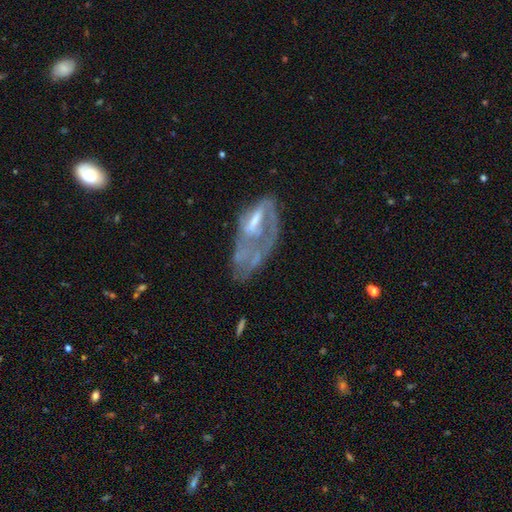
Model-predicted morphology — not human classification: Q: Smooth or featured?
A: featured or disk (64%); runner-up: smooth (25%)
Q: Edge-on disk?
A: no (91%); runner-up: yes (9%)
Q: Bar?
A: no (56%); runner-up: weak (31%)
Q: Spiral arms?
A: no (61%); runner-up: yes (39%)
Q: Bulge size?
A: moderate (32%); runner-up: small (31%)
Q: Merging?
A: major disturbance (42%); runner-up: none (26%)